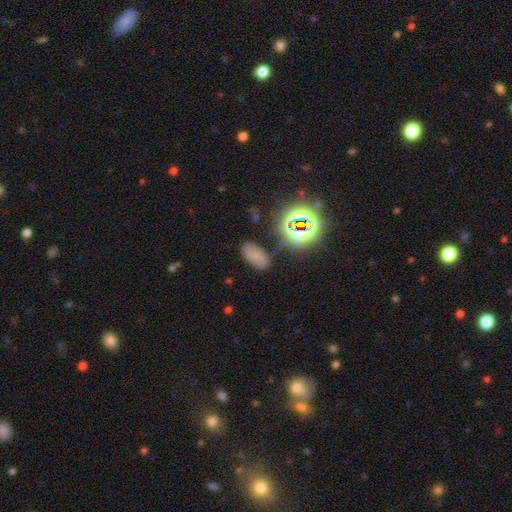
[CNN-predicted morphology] smooth 45%, star or artifact 29%, featured or disk 26%. Down the decision tree: merging — none (65%).